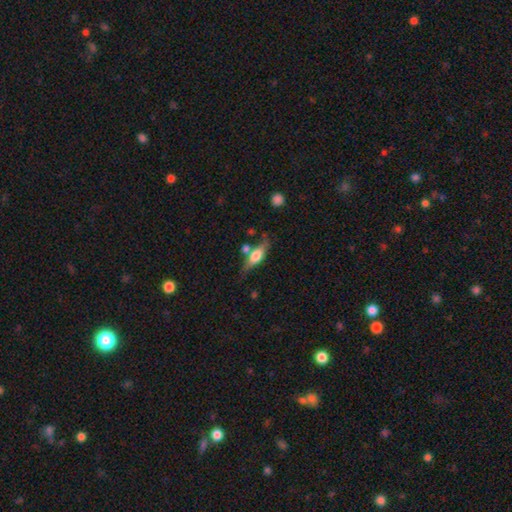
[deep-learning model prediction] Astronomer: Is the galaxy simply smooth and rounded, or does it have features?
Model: featured or disk — 48% (runner-up: smooth, 45%).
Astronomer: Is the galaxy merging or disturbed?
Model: none — 63%.